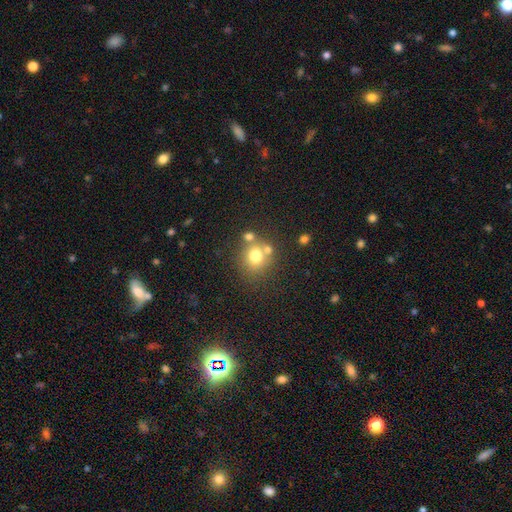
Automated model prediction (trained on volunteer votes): Smooth or featured? Predicted: smooth (p=0.73). How rounded? Predicted: round (p=0.82). Merging? Predicted: none (p=0.60).